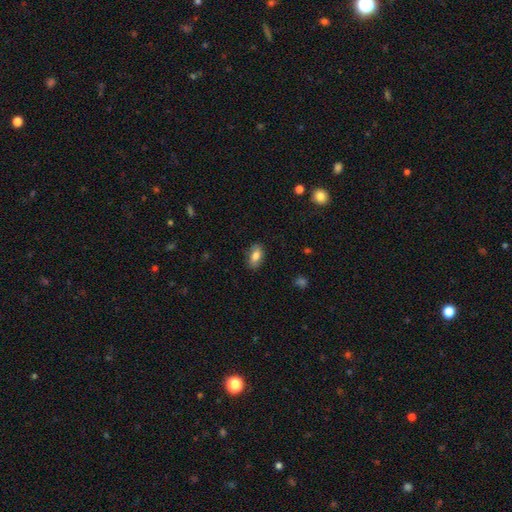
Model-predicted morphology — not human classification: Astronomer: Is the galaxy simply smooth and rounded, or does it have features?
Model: smooth — 79%.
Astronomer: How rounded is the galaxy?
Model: in between — 89%.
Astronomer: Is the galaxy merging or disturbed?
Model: none — 83%.